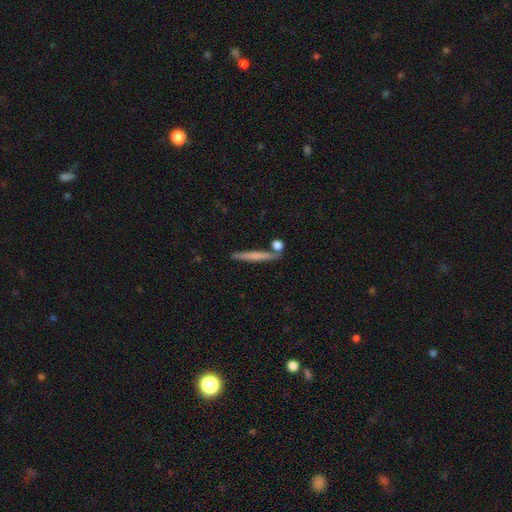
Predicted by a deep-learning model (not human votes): smooth 56%, featured or disk 38%, star or artifact 6%. Down the decision tree: how rounded — cigar-shaped (94%); merging — none (81%).